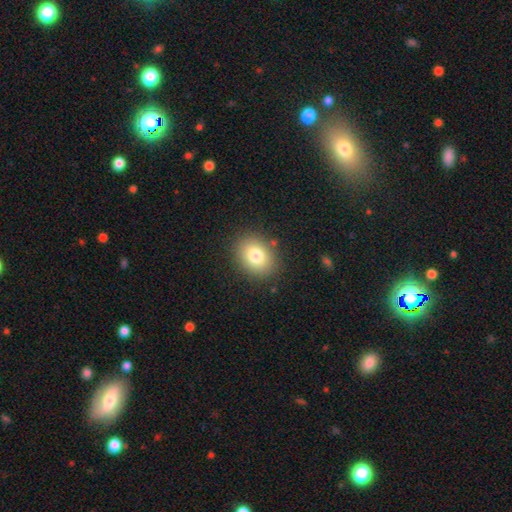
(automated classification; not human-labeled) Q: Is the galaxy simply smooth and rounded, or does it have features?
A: smooth — 79%.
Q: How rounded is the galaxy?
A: in between — 55%.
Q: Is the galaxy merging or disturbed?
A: none — 87%.